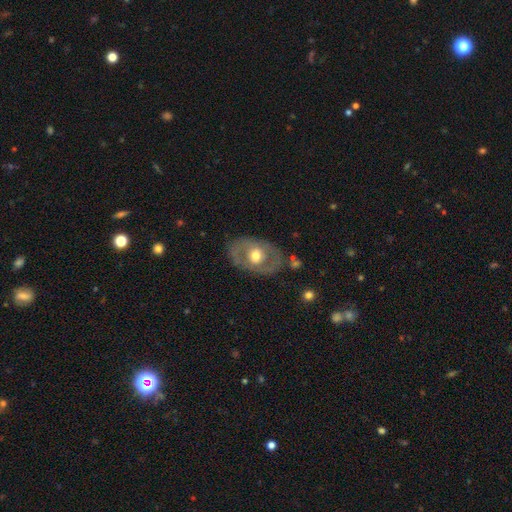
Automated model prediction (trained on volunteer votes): smooth_or_featured: featured or disk (p=0.58) [alt: smooth p=0.36]
disk_edge_on: no (p=0.92) [alt: yes p=0.08]
bar: no (p=0.78) [alt: weak p=0.17]
has_spiral_arms: no (p=0.76) [alt: yes p=0.24]
bulge_size: moderate (p=0.72) [alt: large p=0.16]
merging: none (p=0.76) [alt: minor disturbance p=0.15]